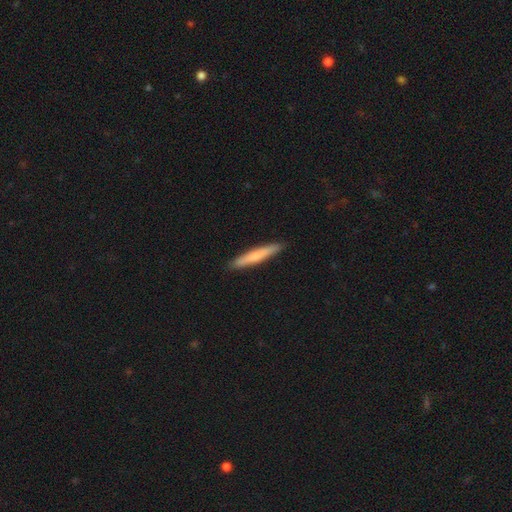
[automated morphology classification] Smooth or featured: smooth — 65% (featured or disk — 30%)
How rounded: cigar-shaped — 94% (in between — 5%)
Merging: none — 91% (minor disturbance — 7%)